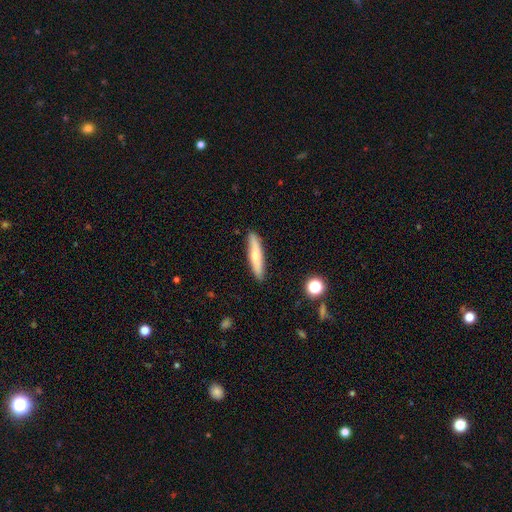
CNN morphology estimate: A smooth galaxy with no disk features (63%) that is cigar-shaped (87%).

Vote fractions:
- Smooth or featured? smooth: 63% / featured or disk: 31% / star or artifact: 6%
- How rounded? cigar-shaped: 87% / in between: 11% / round: 2%
- Merging? none: 88% / minor disturbance: 9% / major disturbance: 2% / merger: 1%